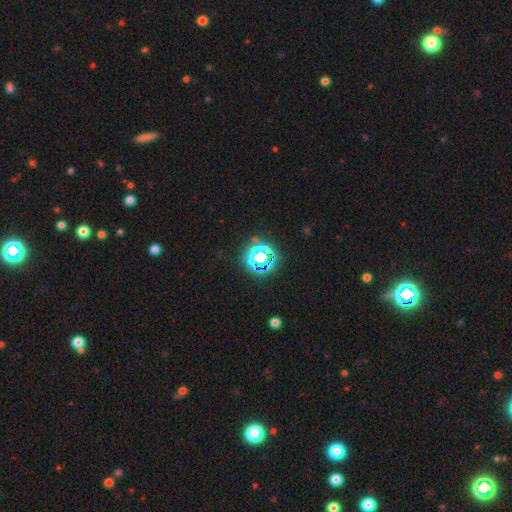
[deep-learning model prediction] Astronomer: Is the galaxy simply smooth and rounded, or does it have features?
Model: star or artifact — 69%.